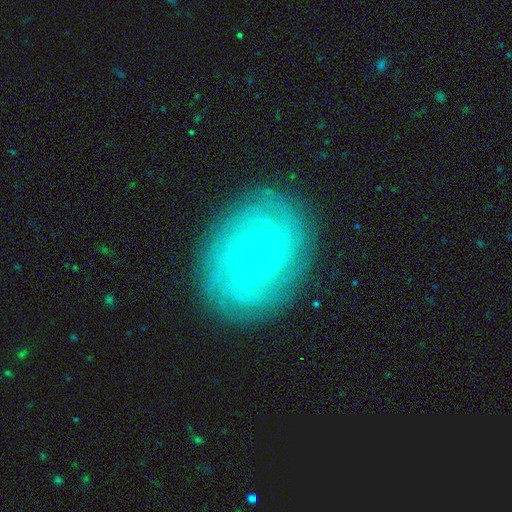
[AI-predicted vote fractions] Morphology: type=featured or disk (86%); edge-on=no (97%); bar=weak (49%); spiral arms=yes (97%); winding=tight (87%); arm count=can't tell (32%); bulge=small (71%); merging=none (86%).